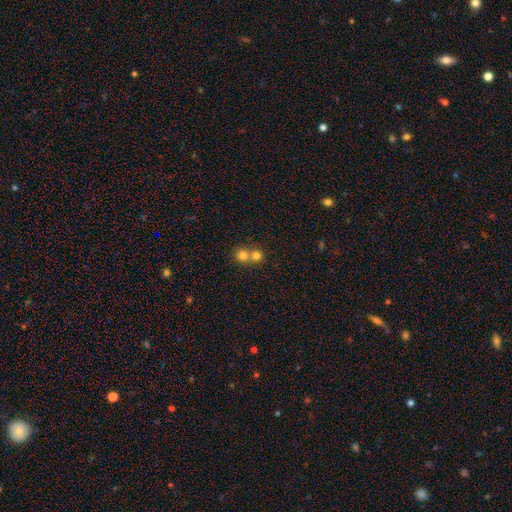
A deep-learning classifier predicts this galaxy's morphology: Q: Smooth or featured?
A: smooth (77%); runner-up: star or artifact (13%)
Q: How rounded?
A: round (88%); runner-up: in between (11%)
Q: Merging?
A: merger (57%); runner-up: none (38%)